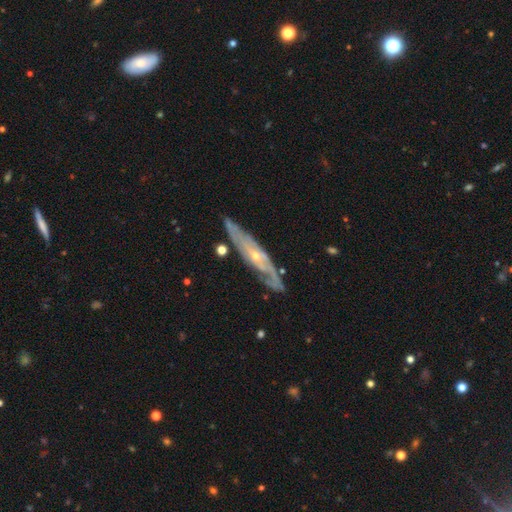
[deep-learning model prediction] Smooth or featured: featured or disk — 81% (smooth — 13%)
Edge-on disk: no — 61% (yes — 39%)
Merging: none — 76% (minor disturbance — 17%)